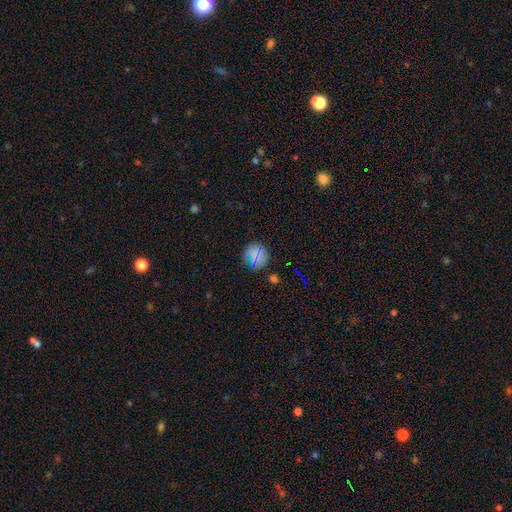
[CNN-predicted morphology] The model was most divided on "smooth or featured": smooth: 65%, star or artifact: 26%, featured or disk: 9%. More confident: how rounded — round (90%); merging — none (84%).